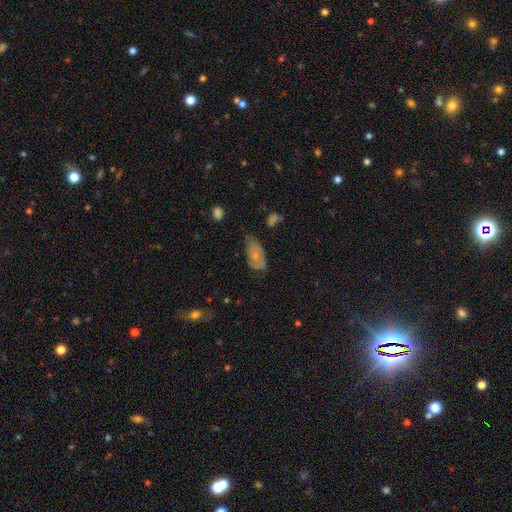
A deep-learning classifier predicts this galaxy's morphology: Smooth or featured? smooth (53%)
How rounded? in between (90%)
Merging? none (41%)